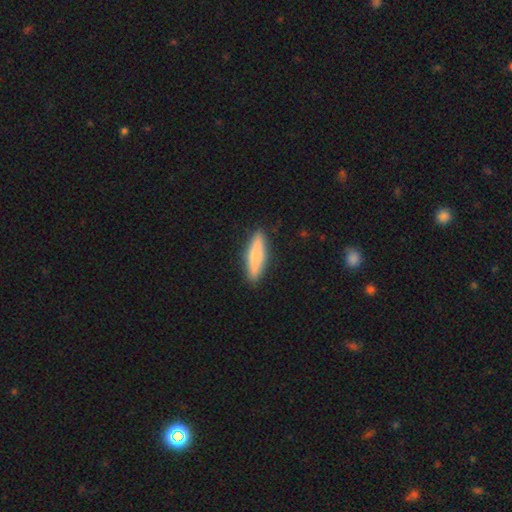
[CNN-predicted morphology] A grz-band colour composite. It shows a smooth galaxy with no disk features (71%) that is cigar-shaped (75%). Merging: none (89%).